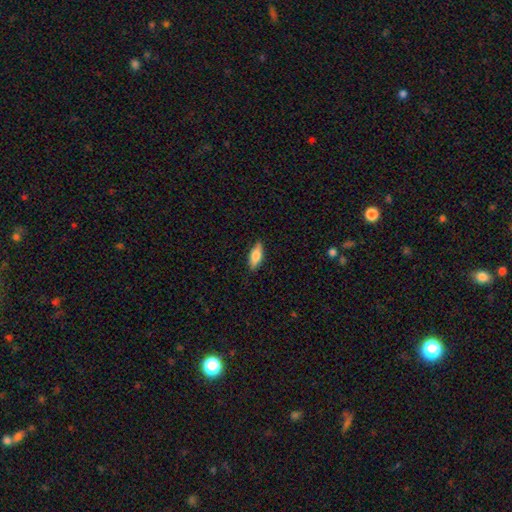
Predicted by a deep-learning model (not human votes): Morphology: type=smooth (70%); roundness=in between (69%); merging=none (87%).